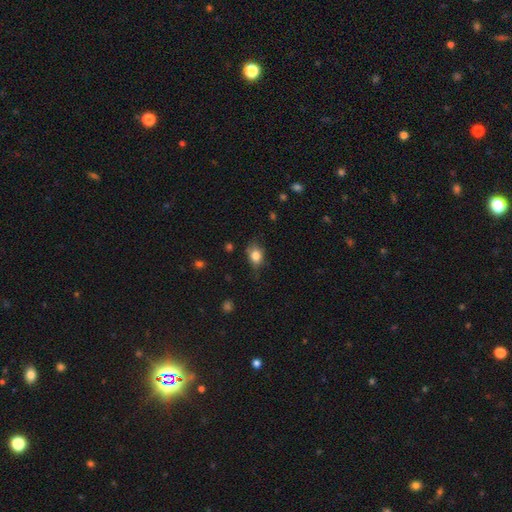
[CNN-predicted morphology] A smooth galaxy with no disk features (81%) that is in between round and cigar-shaped (65%).

Vote fractions:
- Smooth or featured? smooth: 81% / featured or disk: 10% / star or artifact: 9%
- How rounded? in between: 65% / round: 33% / cigar-shaped: 2%
- Merging? none: 61% / minor disturbance: 30% / major disturbance: 8% / merger: 2%